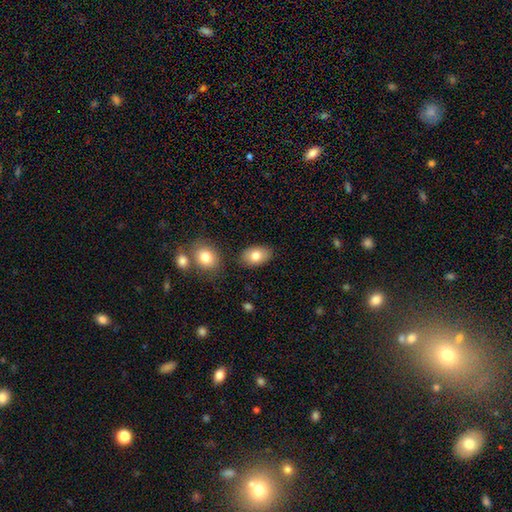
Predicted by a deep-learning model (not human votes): Smooth or featured?
  - smooth: 79% *
  - featured or disk: 13%
  - star or artifact: 8%
How rounded?
  - in between: 87% *
  - round: 11%
  - cigar-shaped: 1%
Merging?
  - none: 82% *
  - minor disturbance: 11%
  - merger: 5%
  - major disturbance: 3%